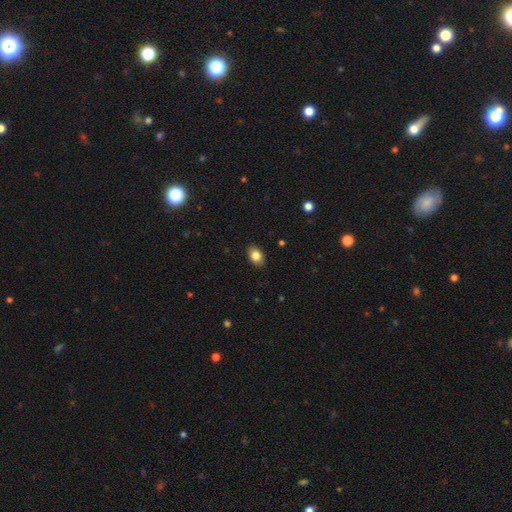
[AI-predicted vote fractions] Smooth or featured? Predicted: smooth (p=0.83). How rounded? Predicted: in between (p=0.78). Merging? Predicted: none (p=0.88).